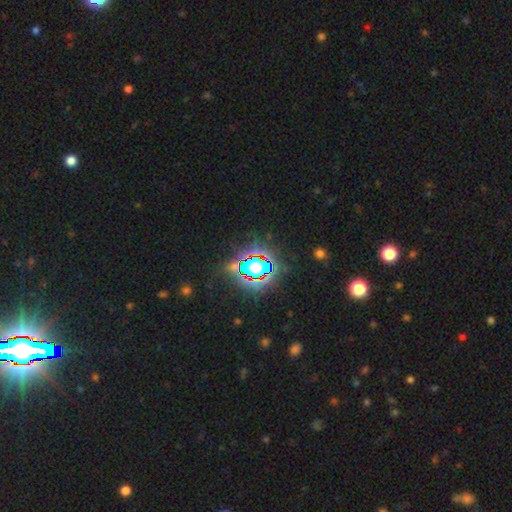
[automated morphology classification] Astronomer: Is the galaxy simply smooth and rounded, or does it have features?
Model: star or artifact — 75%.